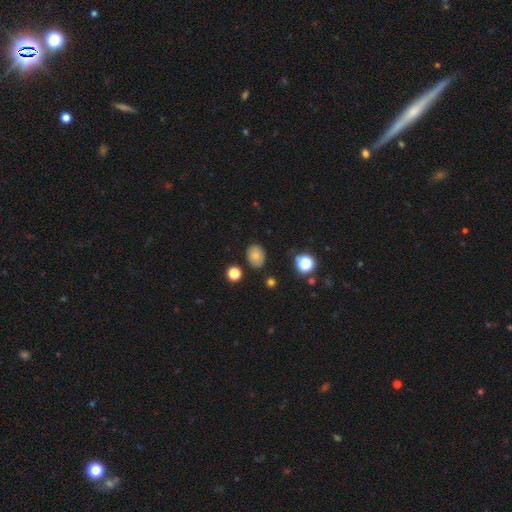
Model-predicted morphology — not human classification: Smooth or featured? Predicted: smooth (p=0.79). How rounded? Predicted: in between (p=0.71). Merging? Predicted: none (p=0.80).